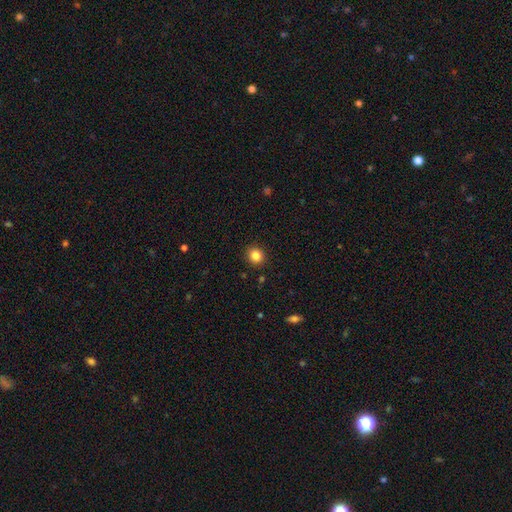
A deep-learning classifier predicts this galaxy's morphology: This appears to be a smooth galaxy with no disk features (84%) that is round (82%). Merging: none (91%).